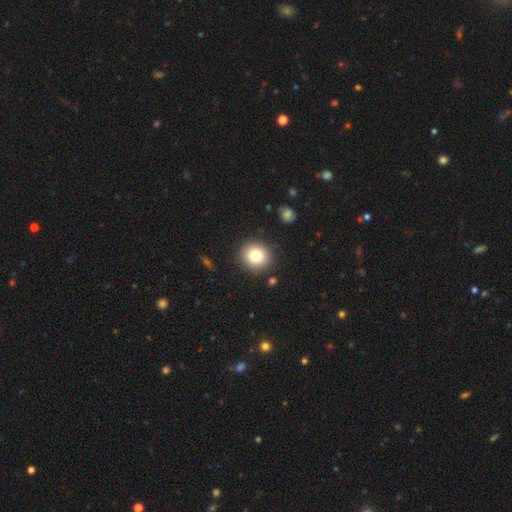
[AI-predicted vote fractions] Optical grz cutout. It shows a smooth galaxy with no disk features (81%) that is round (87%). Merging: none (89%).